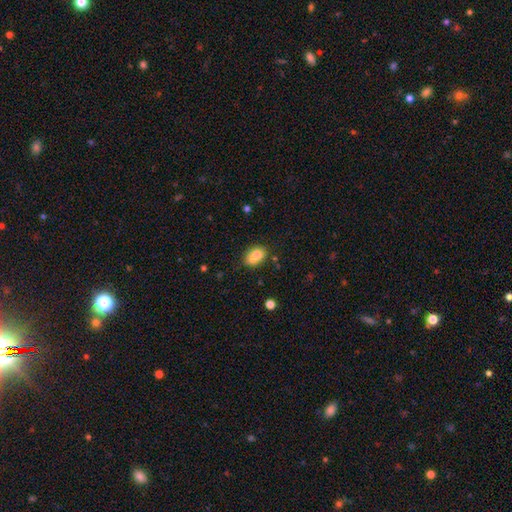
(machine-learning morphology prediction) A smooth galaxy with no disk features (73%) that is in between round and cigar-shaped (65%).

Vote fractions:
- Smooth or featured? smooth: 73% / featured or disk: 17% / star or artifact: 10%
- How rounded? in between: 65% / round: 34% / cigar-shaped: 1%
- Merging? merger: 45% / none: 37% / minor disturbance: 13% / major disturbance: 5%